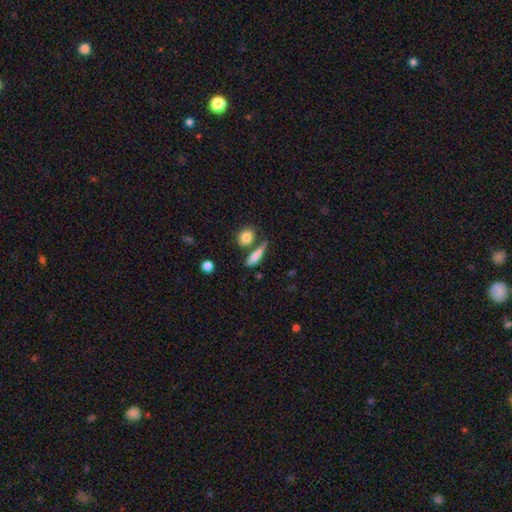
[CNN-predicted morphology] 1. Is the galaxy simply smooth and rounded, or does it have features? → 77% smooth, 15% featured or disk, 8% star or artifact.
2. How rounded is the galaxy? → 58% cigar-shaped, 32% in between, 10% round.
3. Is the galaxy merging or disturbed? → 63% none, 18% merger, 14% minor disturbance, 5% major disturbance.